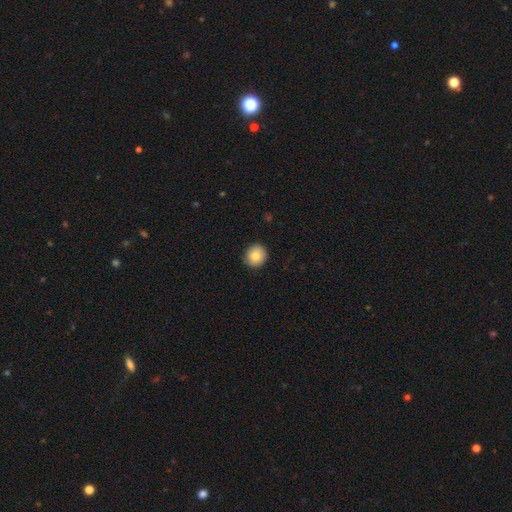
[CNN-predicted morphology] The model was most divided on "smooth or featured": smooth: 83%, featured or disk: 9%, star or artifact: 8%. More confident: how rounded — round (90%); merging — none (89%).